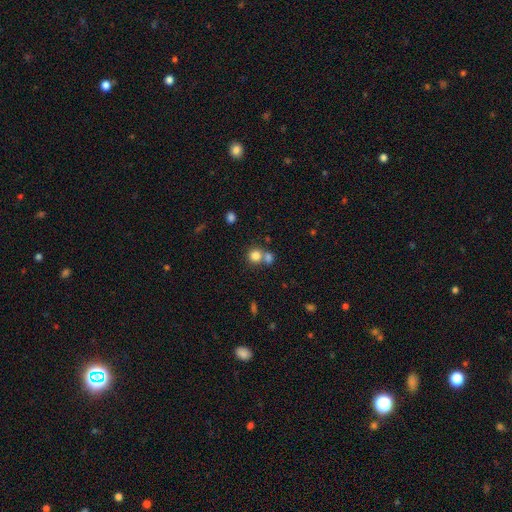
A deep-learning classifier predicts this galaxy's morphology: Smooth or featured: smooth — 80% (star or artifact — 12%)
How rounded: round — 87% (in between — 12%)
Merging: none — 49% (merger — 41%)